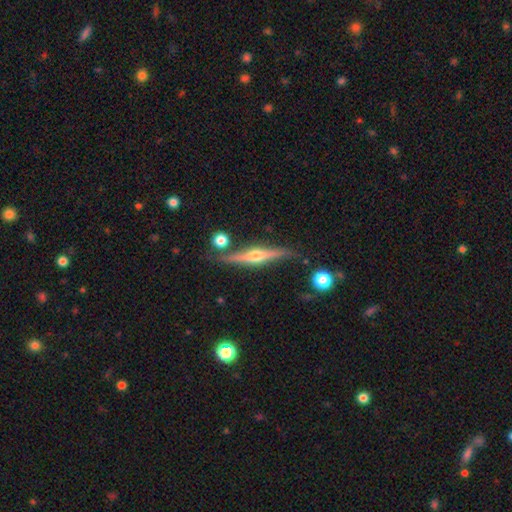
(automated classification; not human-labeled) smooth-or-featured: featured or disk: 78% | smooth: 16% | star or artifact: 6%
  disk-edge-on: yes: 97% | no: 3%
    edge-on-bulge: rounded: 93% | boxy: 4% | none: 3%
  merging: none: 81% | minor disturbance: 11% | merger: 5% | major disturbance: 3%